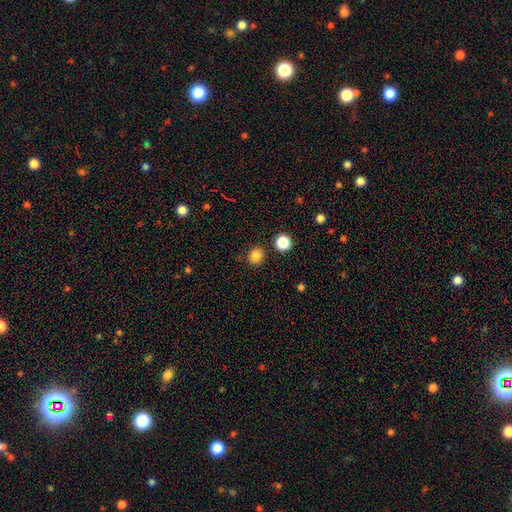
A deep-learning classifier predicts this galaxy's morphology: A smooth galaxy with no disk features (84%) that is round (83%). Merging: none (86%).